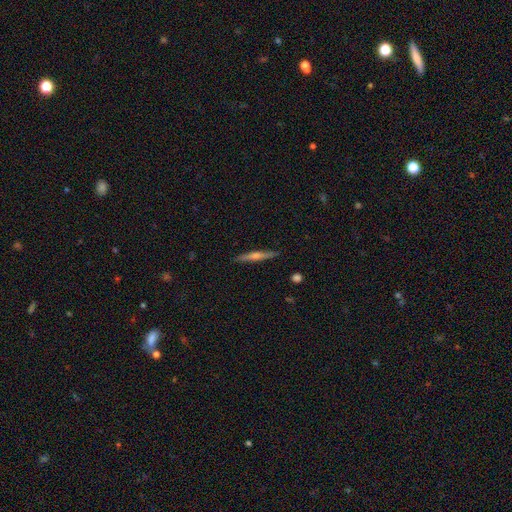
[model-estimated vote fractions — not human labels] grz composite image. It shows a featured or disk galaxy (71%) viewed edge-on (98%) with a rounded central bulge (79%). Merging: none (90%).